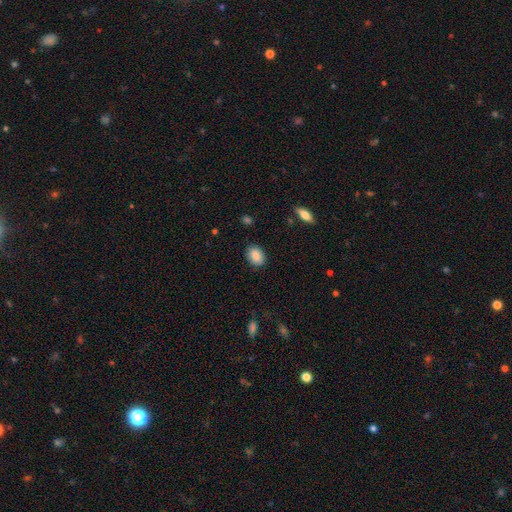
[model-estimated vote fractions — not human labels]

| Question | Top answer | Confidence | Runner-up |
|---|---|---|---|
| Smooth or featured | smooth | 87% | star or artifact (7%) |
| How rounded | in between | 75% | round (24%) |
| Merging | none | 86% | minor disturbance (11%) |